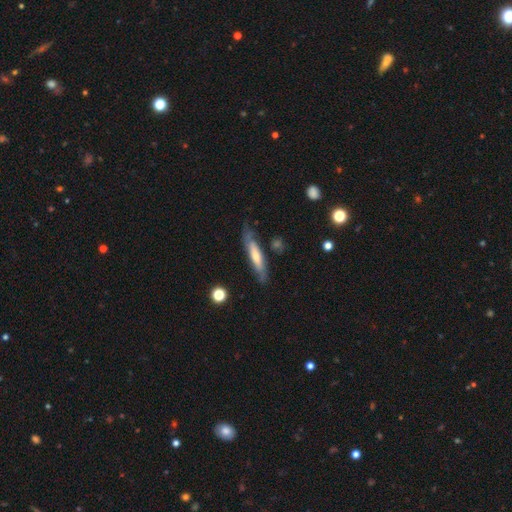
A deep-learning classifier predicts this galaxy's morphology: smooth_or_featured: featured or disk (p=0.47) [tied with: smooth p=0.47]
merging: none (p=0.73) [alt: minor disturbance p=0.19]